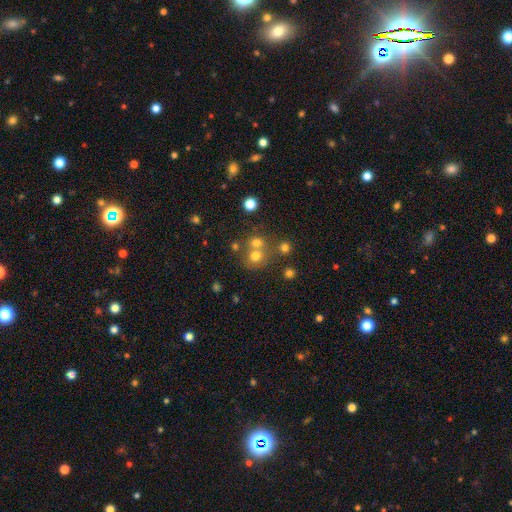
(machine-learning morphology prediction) smooth_or_featured: smooth (p=0.70) [alt: star or artifact p=0.19]
how_rounded: round (p=0.82) [alt: in between p=0.17]
merging: none (p=0.51) [alt: merger p=0.38]